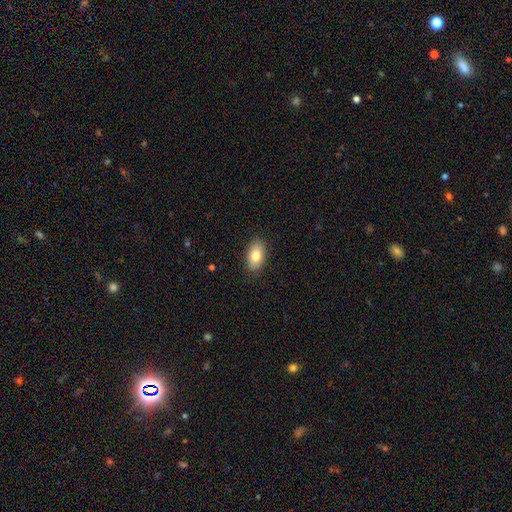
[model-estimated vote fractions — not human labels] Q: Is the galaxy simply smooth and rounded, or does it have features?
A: smooth — 80%.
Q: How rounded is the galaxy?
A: in between — 92%.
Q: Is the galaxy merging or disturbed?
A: none — 87%.